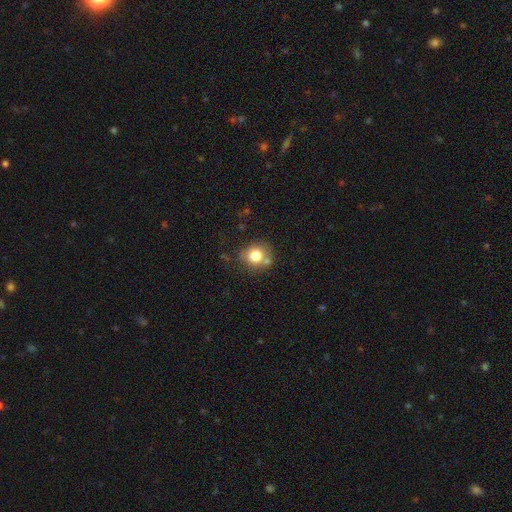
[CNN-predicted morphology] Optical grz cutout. It shows a smooth galaxy with no disk features (76%) that is round (82%). Merging: none (63%).